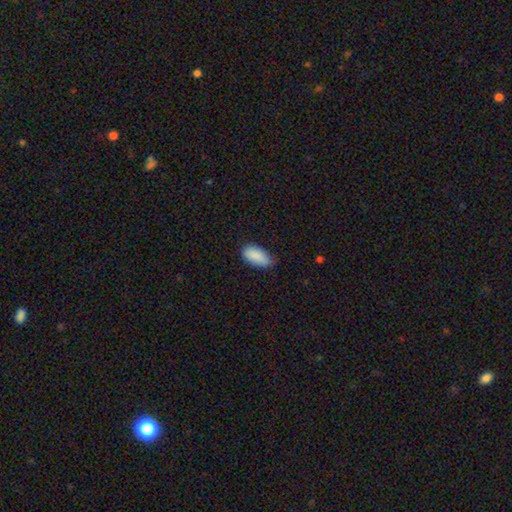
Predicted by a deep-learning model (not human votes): Smooth or featured?
  - smooth: 89% *
  - star or artifact: 6%
  - featured or disk: 5%
How rounded?
  - in between: 93% *
  - cigar-shaped: 5%
  - round: 2%
Merging?
  - none: 66% *
  - minor disturbance: 29%
  - major disturbance: 4%
  - merger: 1%